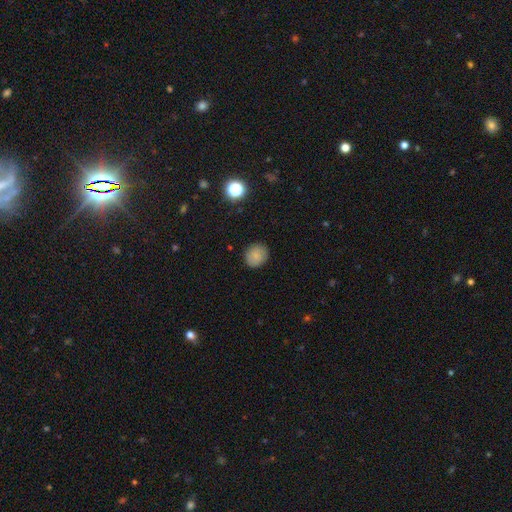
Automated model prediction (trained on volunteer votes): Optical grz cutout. It shows a smooth galaxy with no disk features (81%) that is round (82%). Merging: none (87%).